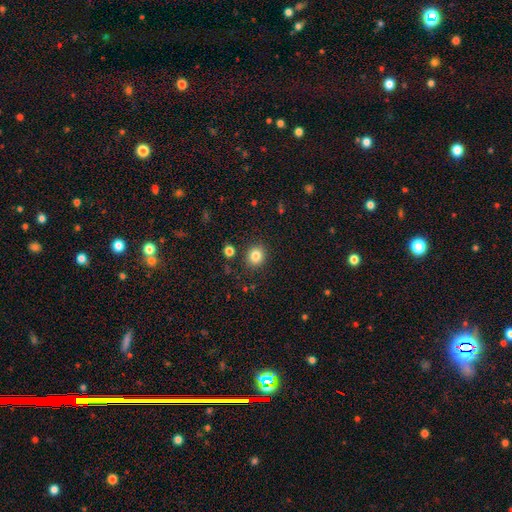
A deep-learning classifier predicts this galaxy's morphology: smooth 83%, star or artifact 11%, featured or disk 6%. Down the decision tree: how rounded — round (77%); merging — none (87%).